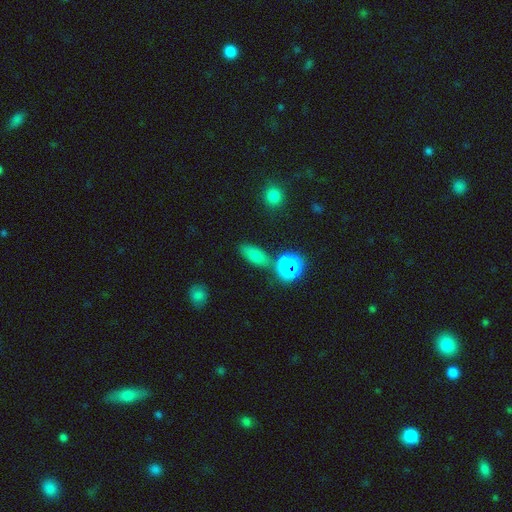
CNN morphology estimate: The model was most divided on "smooth or featured": smooth: 73%, star or artifact: 18%, featured or disk: 10%. More confident: how rounded — in between (78%); merging — none (71%).